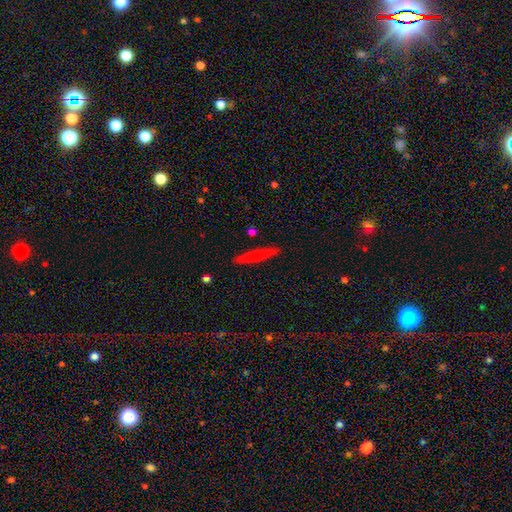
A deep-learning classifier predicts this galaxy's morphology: The model was most divided on "smooth or featured": smooth: 65%, featured or disk: 29%, star or artifact: 6%. More confident: how rounded — cigar-shaped (94%); merging — none (89%).